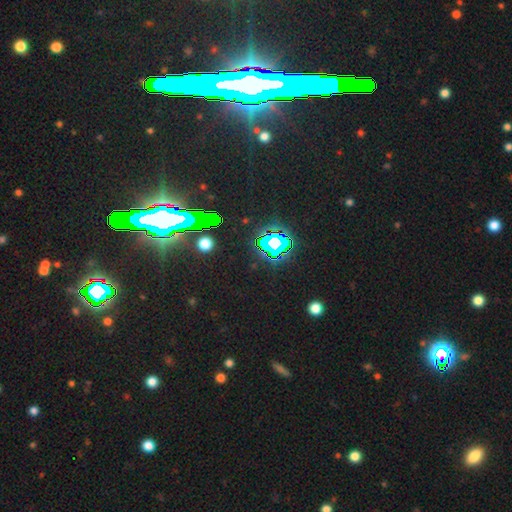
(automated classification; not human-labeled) A star or artifact, not a galaxy (83%).

Vote fractions:
- Smooth or featured? star or artifact: 83% / featured or disk: 9% / smooth: 8%